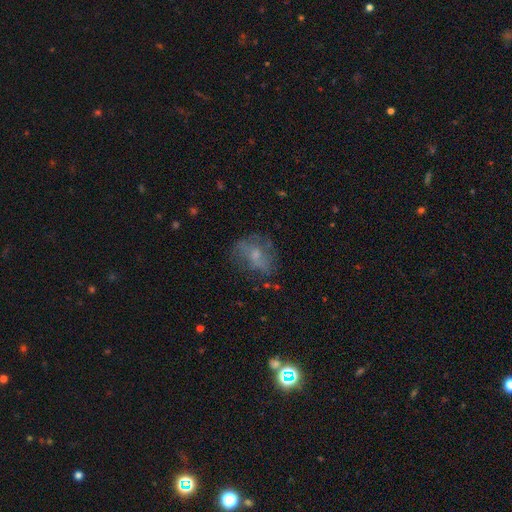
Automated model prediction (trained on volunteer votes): smooth-or-featured: smooth: 45% | featured or disk: 42% | star or artifact: 13%
  merging: none: 54% | minor disturbance: 23% | major disturbance: 20% | merger: 2%